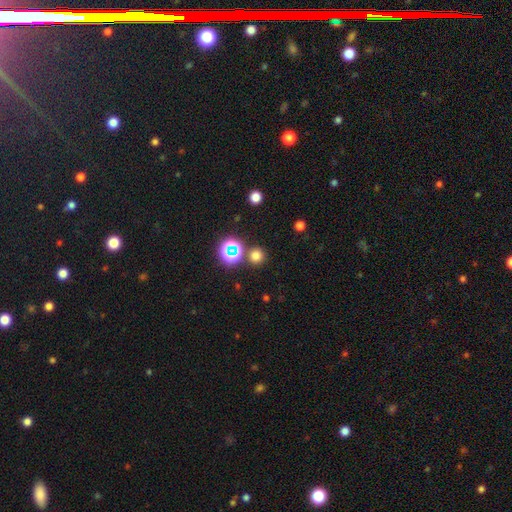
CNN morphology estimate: Smooth or featured?
  - smooth: 69% *
  - star or artifact: 26%
  - featured or disk: 6%
How rounded?
  - round: 93% *
  - in between: 6%
  - cigar-shaped: 1%
Merging?
  - none: 84% *
  - minor disturbance: 6%
  - merger: 6%
  - major disturbance: 3%